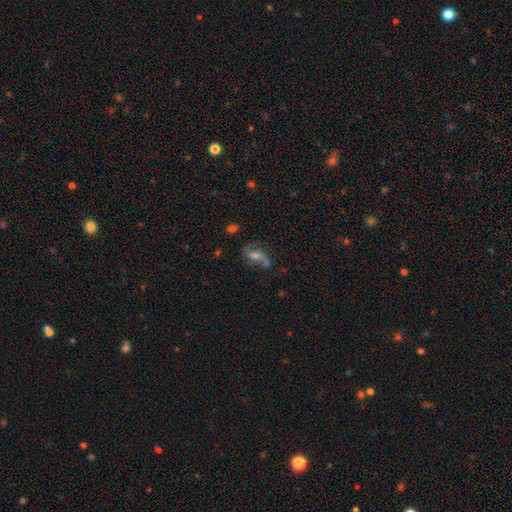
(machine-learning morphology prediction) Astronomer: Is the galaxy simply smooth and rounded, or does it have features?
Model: featured or disk — 68%.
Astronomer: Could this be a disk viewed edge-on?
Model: no — 94%.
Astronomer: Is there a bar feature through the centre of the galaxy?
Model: weak — 42% (runner-up: no, 38%).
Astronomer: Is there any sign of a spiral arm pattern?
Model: yes — 87%.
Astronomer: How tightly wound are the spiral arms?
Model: loose — 54% (runner-up: medium, 35%).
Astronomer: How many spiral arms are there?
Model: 2 — 80%.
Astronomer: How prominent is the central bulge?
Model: moderate — 51% (runner-up: small, 31%).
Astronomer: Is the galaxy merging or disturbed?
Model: none — 54%.